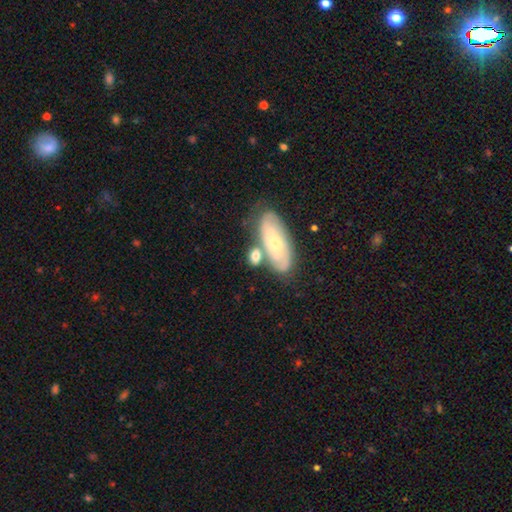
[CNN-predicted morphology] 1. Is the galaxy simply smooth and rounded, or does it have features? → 47% smooth, 46% featured or disk, 7% star or artifact.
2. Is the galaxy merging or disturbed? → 48% none, 32% merger, 15% minor disturbance, 5% major disturbance.